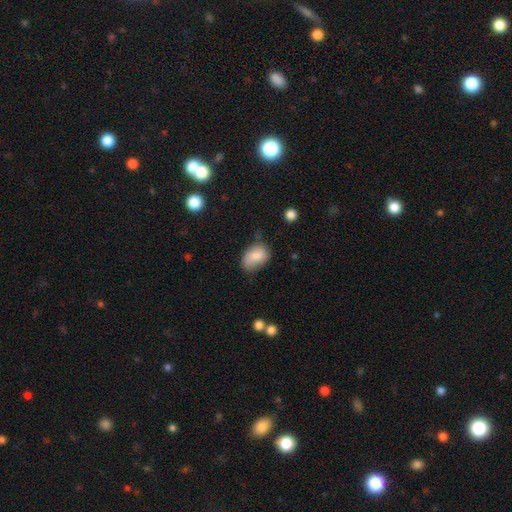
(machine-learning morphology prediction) The model was most divided on "merging": none: 53%, minor disturbance: 36%, major disturbance: 9%, merger: 3%. More confident: how rounded — in between (84%); smooth or featured — smooth (82%).